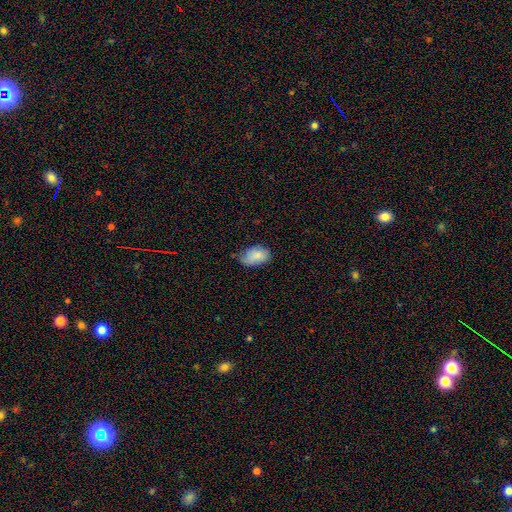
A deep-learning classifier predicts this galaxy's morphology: This appears to be a smooth galaxy with no disk features (83%) that is in between round and cigar-shaped (88%). Merging: none (48%).